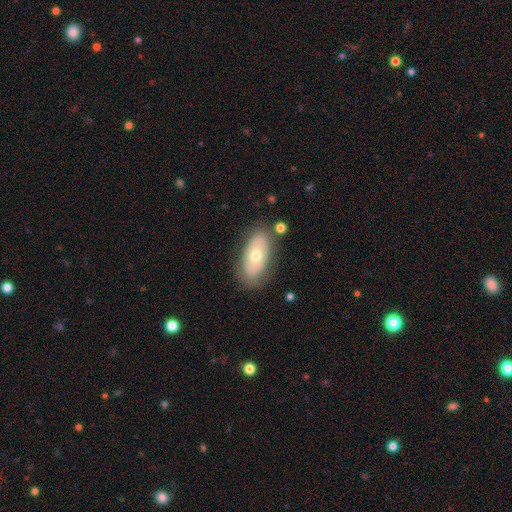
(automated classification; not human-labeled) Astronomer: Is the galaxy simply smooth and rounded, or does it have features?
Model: smooth — 57% (runner-up: featured or disk, 36%).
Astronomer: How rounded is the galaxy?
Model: in between — 91%.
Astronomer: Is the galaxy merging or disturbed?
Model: none — 79%.